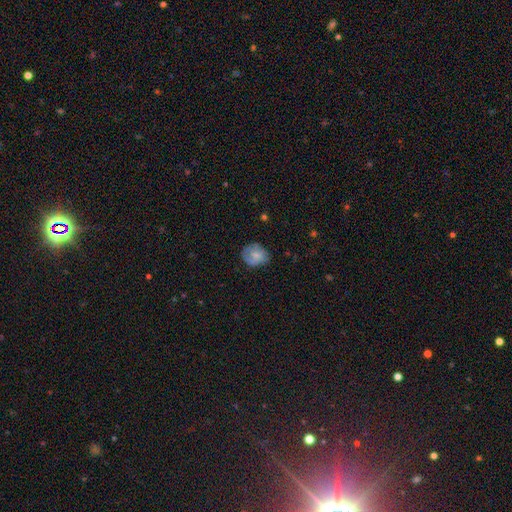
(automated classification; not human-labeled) smooth 65%, featured or disk 27%, star or artifact 8%. Down the decision tree: how rounded — round (65%); merging — none (66%).